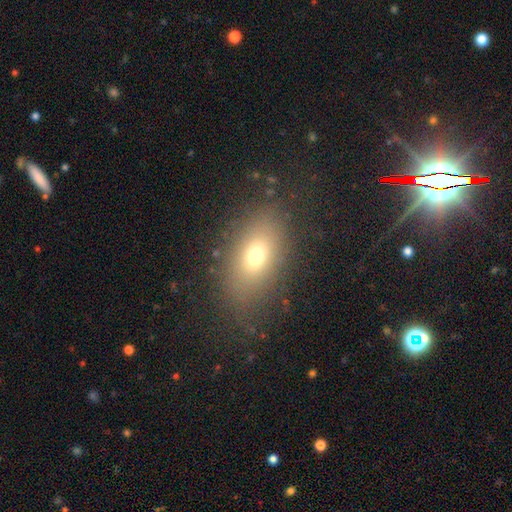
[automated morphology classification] Smooth or featured? smooth (68%)
How rounded? in between (82%)
Merging? none (79%)